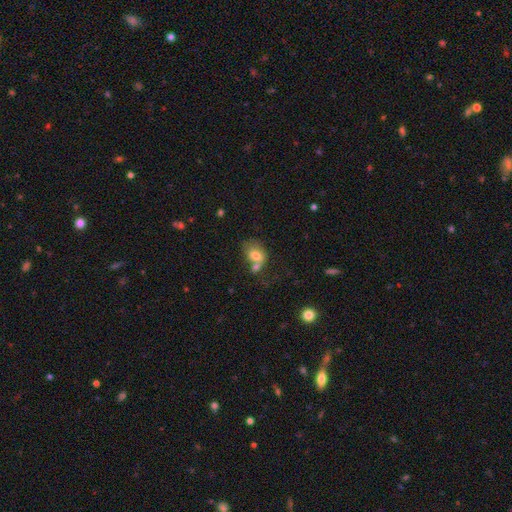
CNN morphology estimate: A smooth galaxy with no disk features (72%) that is in between round and cigar-shaped (69%). Merging: merger (46%).